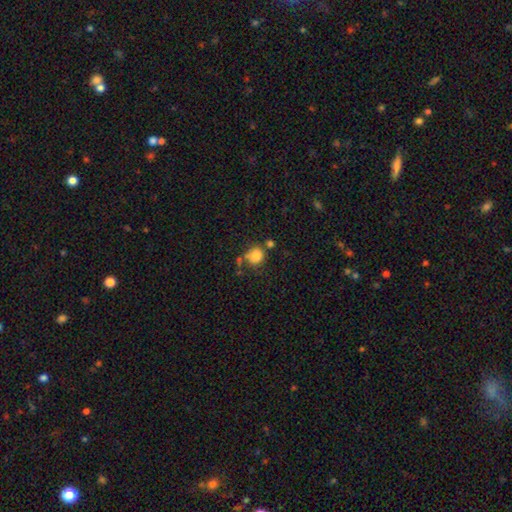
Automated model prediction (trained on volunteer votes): Smooth or featured? smooth (81%)
How rounded? round (83%)
Merging? none (58%)